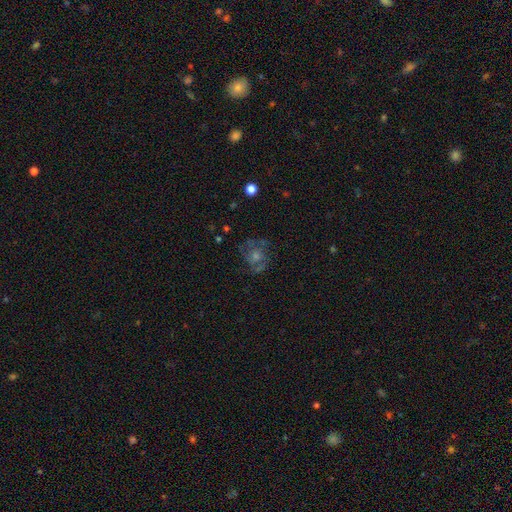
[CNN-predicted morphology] featured or disk 59%, smooth 22%, star or artifact 19%. Down the decision tree: edge-on disk — no (97%); bar — no (78%); spiral arms — yes (69%); bulge size — moderate (51%); merging — none (71%).